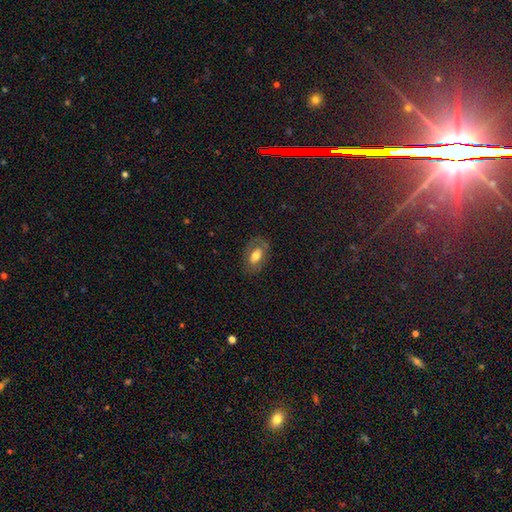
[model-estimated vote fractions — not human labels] A smooth galaxy with no disk features (59%) that is in between round and cigar-shaped (89%).

Vote fractions:
- Smooth or featured? smooth: 59% / featured or disk: 33% / star or artifact: 8%
- How rounded? in between: 89% / round: 8% / cigar-shaped: 3%
- Merging? none: 74% / minor disturbance: 17% / major disturbance: 8% / merger: 1%